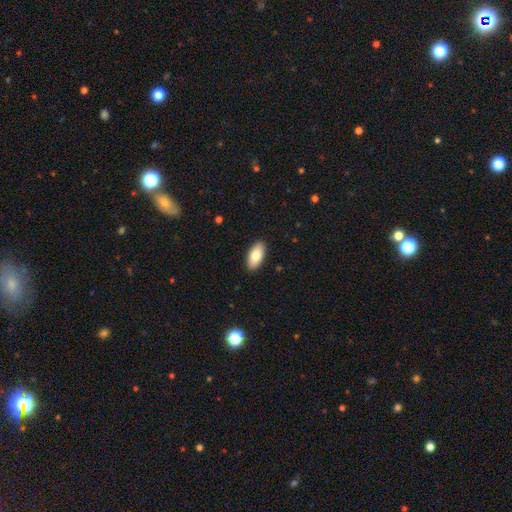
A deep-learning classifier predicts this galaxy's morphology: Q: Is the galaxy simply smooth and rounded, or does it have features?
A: smooth — 79%.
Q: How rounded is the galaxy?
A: in between — 92%.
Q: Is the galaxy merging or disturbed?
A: none — 90%.